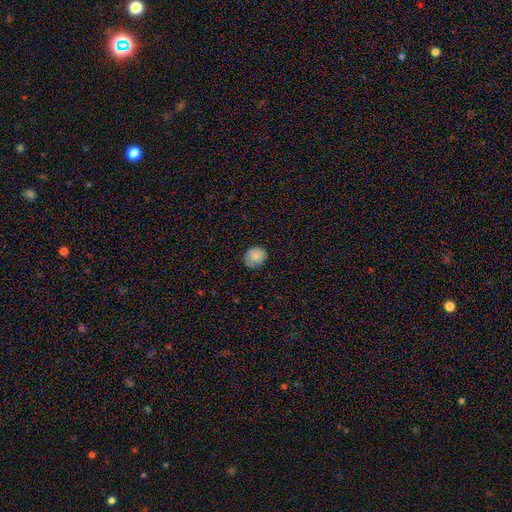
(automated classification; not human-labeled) Q: Smooth or featured?
A: smooth (85%); runner-up: star or artifact (8%)
Q: How rounded?
A: round (81%); runner-up: in between (18%)
Q: Merging?
A: none (78%); runner-up: minor disturbance (18%)